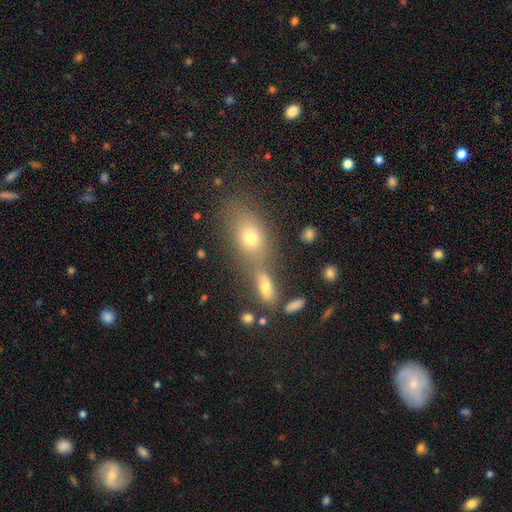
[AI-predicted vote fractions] Smooth or featured? Predicted: smooth (p=0.55). How rounded? Predicted: in between (p=0.61). Merging? Predicted: none (p=0.64).